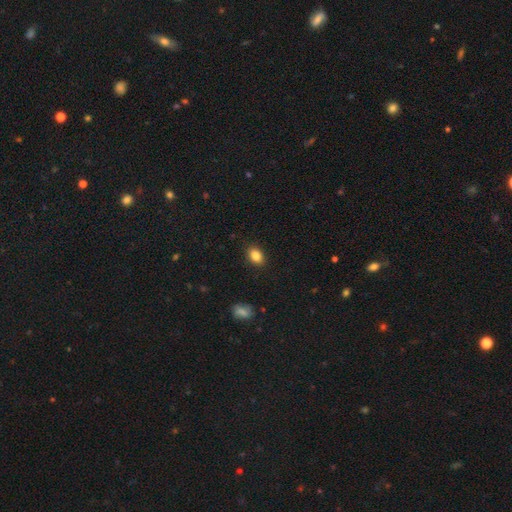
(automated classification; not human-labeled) Smooth or featured?
  - smooth: 86% *
  - star or artifact: 9%
  - featured or disk: 5%
How rounded?
  - in between: 78% *
  - round: 20%
  - cigar-shaped: 1%
Merging?
  - none: 88% *
  - minor disturbance: 9%
  - major disturbance: 2%
  - merger: 1%